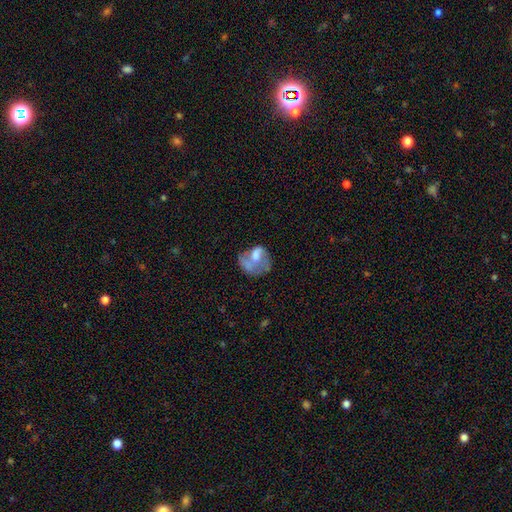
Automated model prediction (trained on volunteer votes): A featured or disk galaxy (48%). Merging: major disturbance (36%).